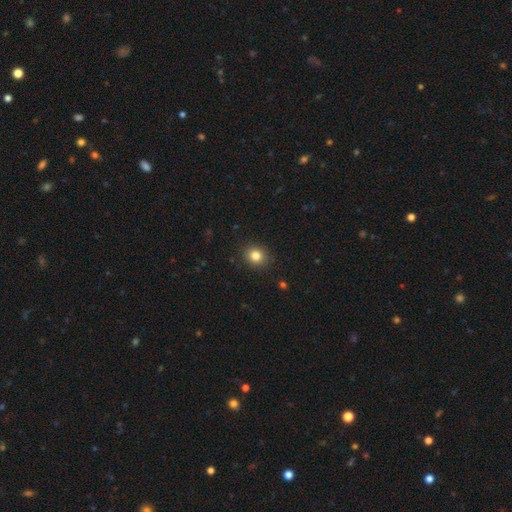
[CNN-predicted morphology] This is clearly a smooth galaxy (83%). How rounded: likely round (76%). Merging: clearly none (90%).